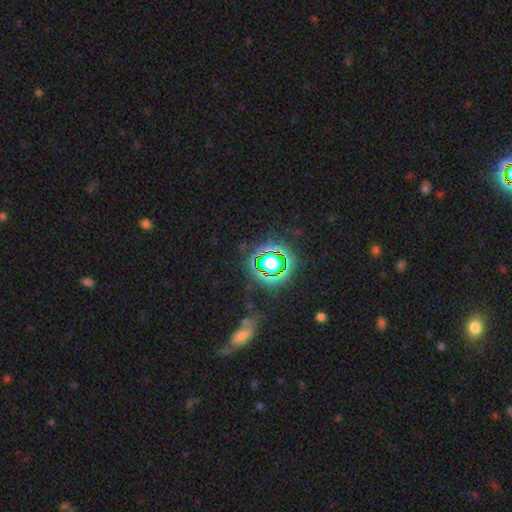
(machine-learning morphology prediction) Smooth or featured? star or artifact (73%)